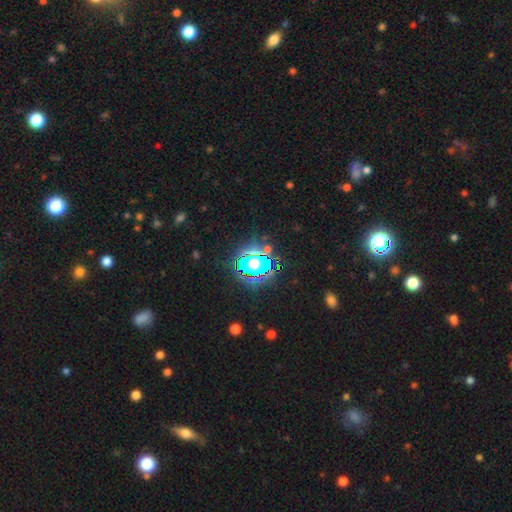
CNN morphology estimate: A star or artifact, not a galaxy (81%).

Vote fractions:
- Smooth or featured? star or artifact: 81% / smooth: 12% / featured or disk: 7%